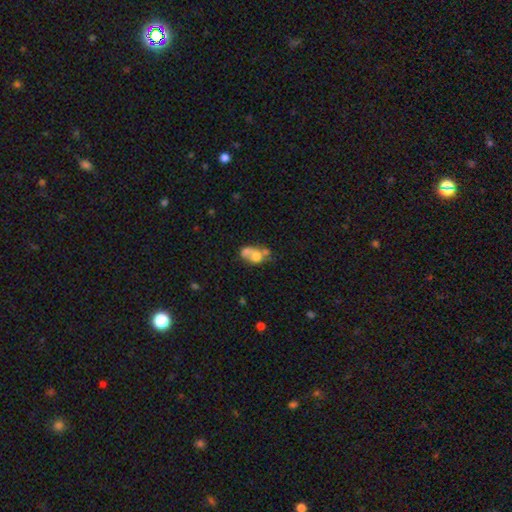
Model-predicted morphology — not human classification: type=smooth (57%); roundness=in between (63%); merging=merger (52%).